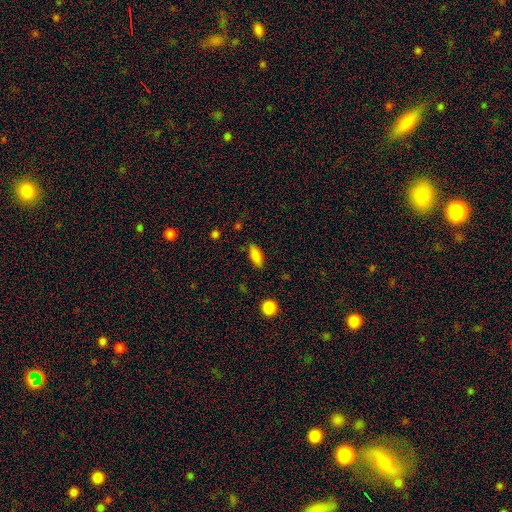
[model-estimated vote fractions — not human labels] The model was most divided on "merging": none: 83%, minor disturbance: 13%, major disturbance: 3%, merger: 2%. More confident: smooth or featured — smooth (85%); how rounded — in between (85%).